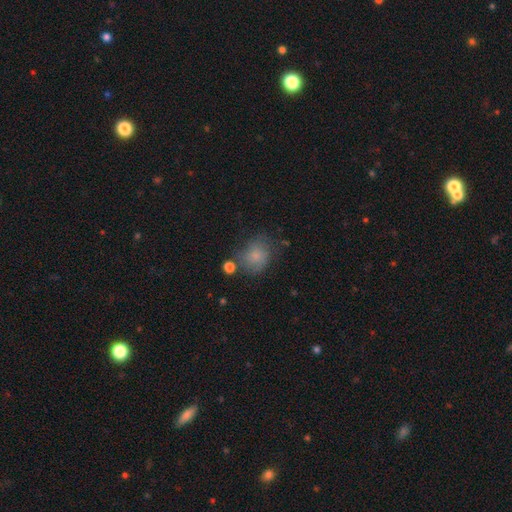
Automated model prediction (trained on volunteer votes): Smooth or featured: smooth — 75% (featured or disk — 13%)
How rounded: round — 64% (in between — 35%)
Merging: none — 59% (minor disturbance — 23%)